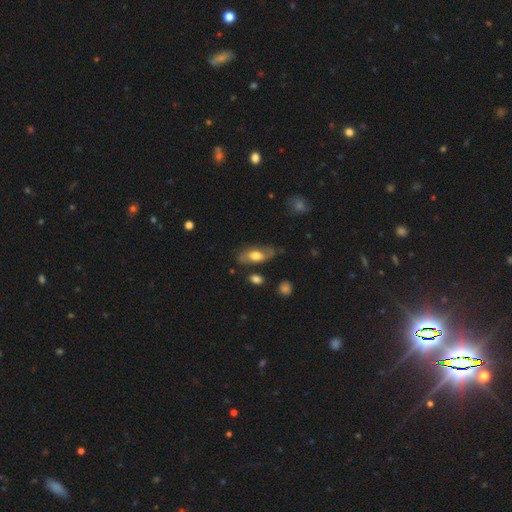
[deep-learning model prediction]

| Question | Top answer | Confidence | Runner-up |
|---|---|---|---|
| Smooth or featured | smooth | 52% | featured or disk (42%) |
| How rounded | in between | 85% | cigar-shaped (11%) |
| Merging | none | 67% | minor disturbance (22%) |